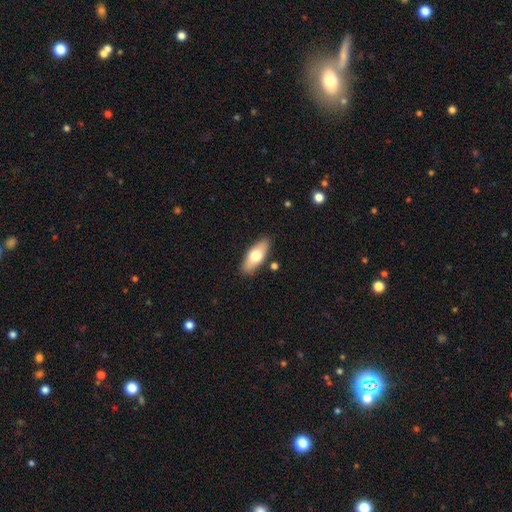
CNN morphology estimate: Smooth or featured?
  - smooth: 67% *
  - featured or disk: 27%
  - star or artifact: 6%
How rounded?
  - in between: 77% *
  - cigar-shaped: 21%
  - round: 3%
Merging?
  - none: 86% *
  - minor disturbance: 9%
  - merger: 2%
  - major disturbance: 2%